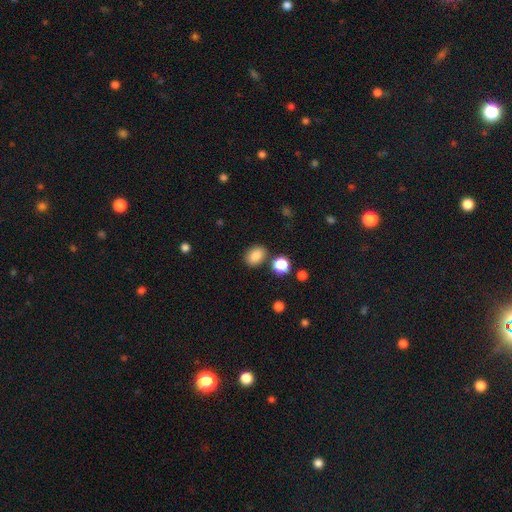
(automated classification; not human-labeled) Q: Smooth or featured?
A: smooth (85%); runner-up: star or artifact (10%)
Q: How rounded?
A: in between (67%); runner-up: round (32%)
Q: Merging?
A: none (80%); runner-up: minor disturbance (11%)